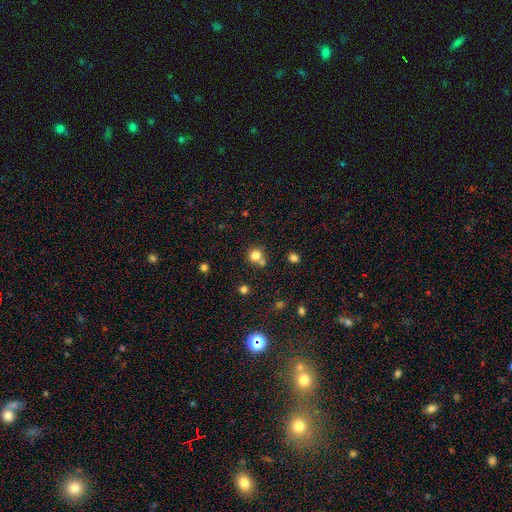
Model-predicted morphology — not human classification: smooth-or-featured: smooth: 79% | star or artifact: 13% | featured or disk: 7%
  how-rounded: round: 89% | in between: 10% | cigar-shaped: 1%
  merging: none: 59% | merger: 28% | minor disturbance: 9% | major disturbance: 3%